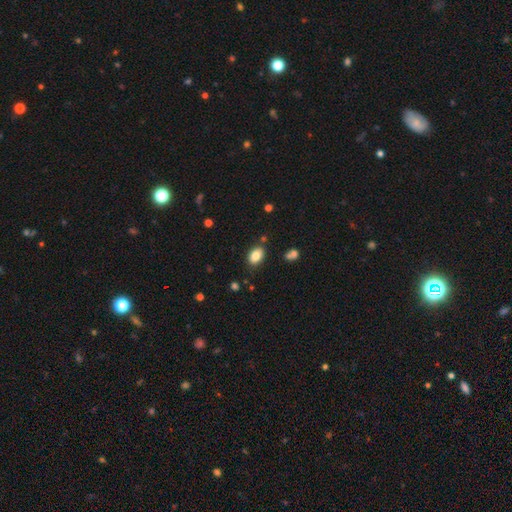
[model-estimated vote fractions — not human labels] This is clearly a smooth galaxy (83%). How rounded: clearly in between (86%). Merging: clearly none (82%).